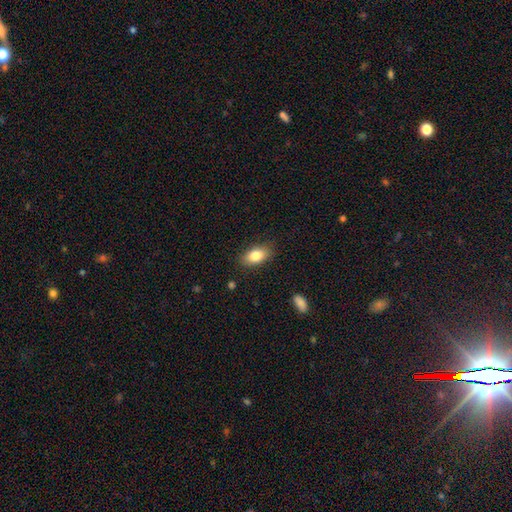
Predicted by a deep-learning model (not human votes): Smooth or featured: smooth — 83% (featured or disk — 10%)
How rounded: in between — 90% (round — 6%)
Merging: none — 86% (minor disturbance — 11%)